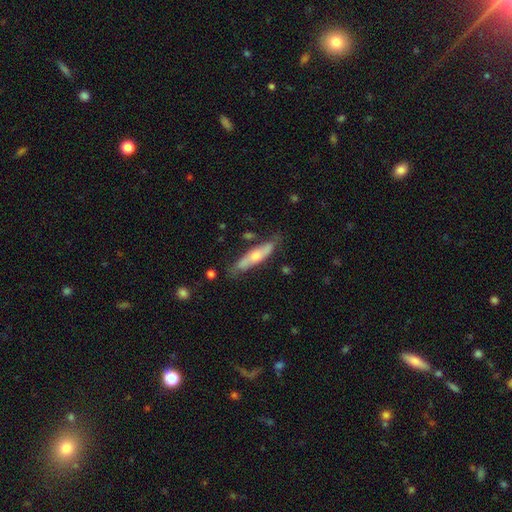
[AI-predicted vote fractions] The model was most divided on "smooth or featured": featured or disk: 48%, smooth: 46%, star or artifact: 5%. More confident: merging — none (71%).